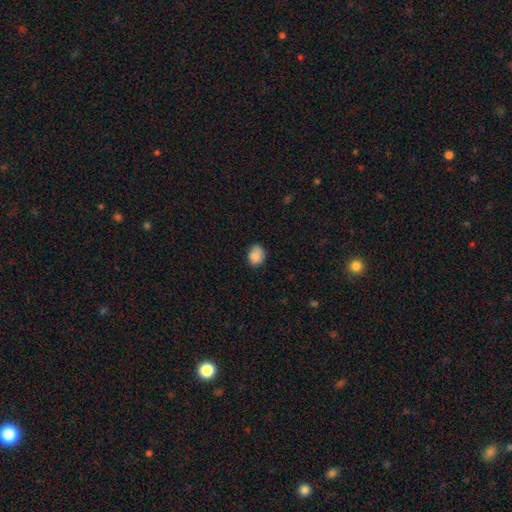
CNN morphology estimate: Smooth or featured?
  - smooth: 87% *
  - star or artifact: 8%
  - featured or disk: 4%
How rounded?
  - round: 52% *
  - in between: 47%
  - cigar-shaped: 1%
Merging?
  - none: 79% *
  - minor disturbance: 17%
  - major disturbance: 3%
  - merger: 1%